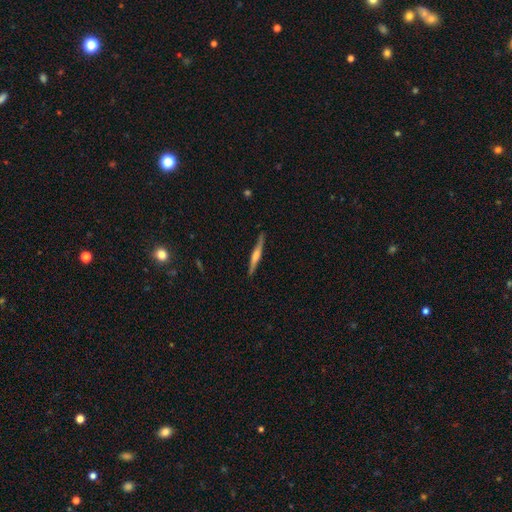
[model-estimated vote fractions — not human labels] Q: Smooth or featured?
A: featured or disk (69%); runner-up: smooth (26%)
Q: Edge-on disk?
A: yes (98%); runner-up: no (2%)
Q: Edge-on bulge?
A: rounded (69%); runner-up: boxy (18%)
Q: Merging?
A: none (89%); runner-up: minor disturbance (8%)